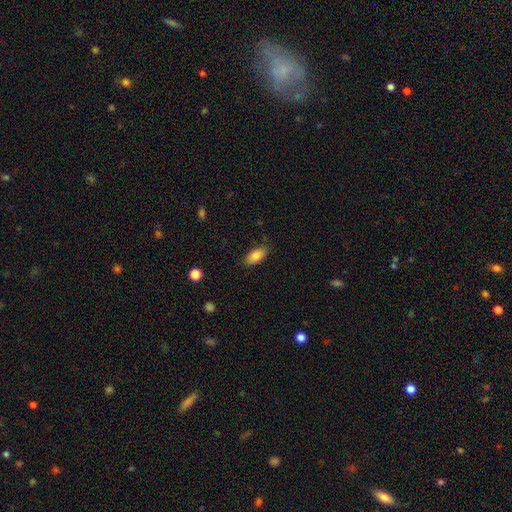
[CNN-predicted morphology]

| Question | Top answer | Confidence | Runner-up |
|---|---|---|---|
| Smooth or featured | smooth | 84% | featured or disk (8%) |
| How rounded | in between | 88% | cigar-shaped (9%) |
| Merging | none | 84% | minor disturbance (12%) |